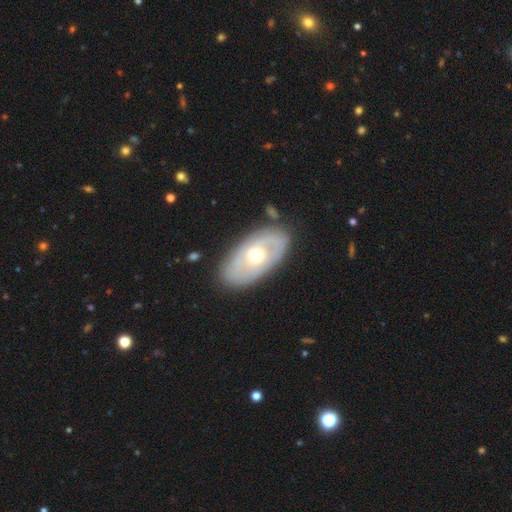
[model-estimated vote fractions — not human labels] Overall: featured or disk (62%; smooth 32%). Edge-on disk: no (89%). Bar: no (81%). Spiral arms: no (56%; yes 44%). Bulge size: moderate (75%). Merging: none (80%).